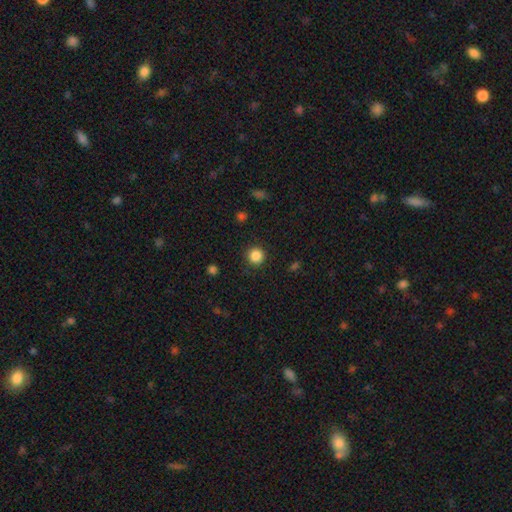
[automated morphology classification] Q: Smooth or featured?
A: smooth (86%); runner-up: star or artifact (11%)
Q: How rounded?
A: round (95%); runner-up: in between (4%)
Q: Merging?
A: none (90%); runner-up: minor disturbance (6%)